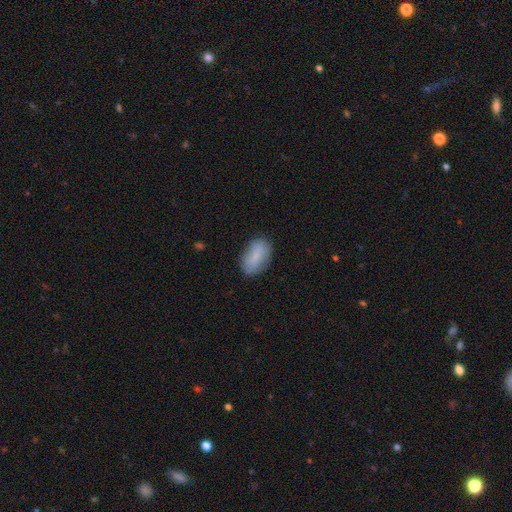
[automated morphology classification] Smooth or featured?
  - smooth: 81% *
  - featured or disk: 12%
  - star or artifact: 7%
How rounded?
  - in between: 92% *
  - round: 5%
  - cigar-shaped: 2%
Merging?
  - none: 79% *
  - minor disturbance: 16%
  - major disturbance: 4%
  - merger: 1%